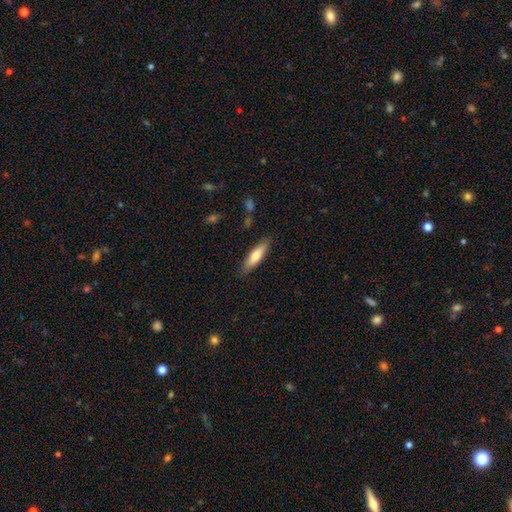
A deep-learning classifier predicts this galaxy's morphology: A smooth galaxy with no disk features (70%) that is cigar-shaped (66%). Merging: none (85%).